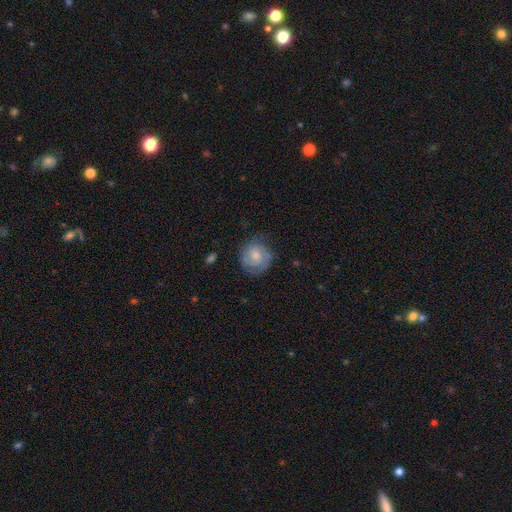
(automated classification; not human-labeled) Q: Smooth or featured?
A: featured or disk (56%); runner-up: smooth (37%)
Q: Edge-on disk?
A: no (98%); runner-up: yes (2%)
Q: Bar?
A: no (65%); runner-up: weak (31%)
Q: Spiral arms?
A: yes (86%); runner-up: no (14%)
Q: Bulge size?
A: moderate (49%); runner-up: small (34%)
Q: Merging?
A: none (71%); runner-up: minor disturbance (20%)